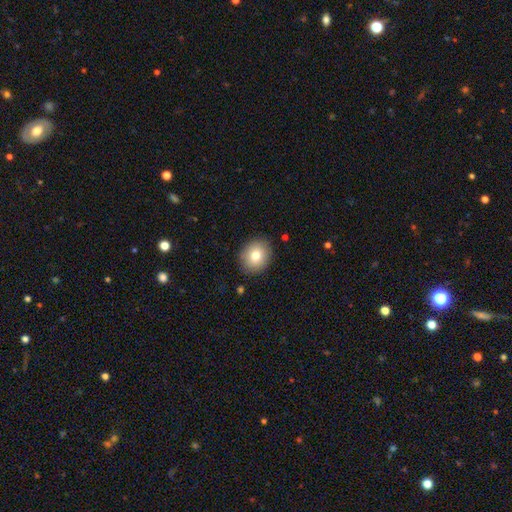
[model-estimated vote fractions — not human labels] smooth_or_featured: smooth (p=0.78) [alt: featured or disk p=0.12]
how_rounded: round (p=0.71) [alt: in between p=0.28]
merging: none (p=0.89) [alt: minor disturbance p=0.08]